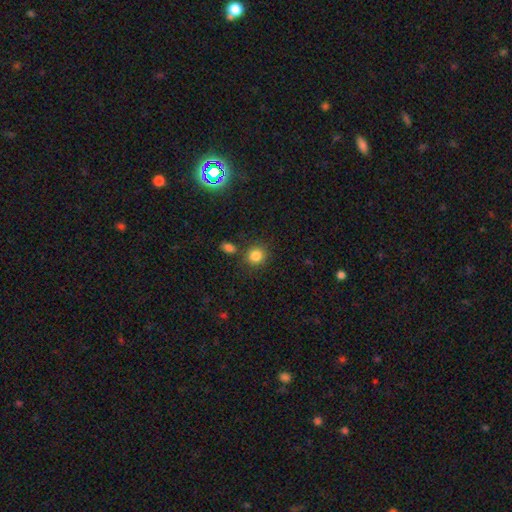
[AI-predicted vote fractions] Overall: smooth (84%). How rounded: round (86%). Merging: none (79%).